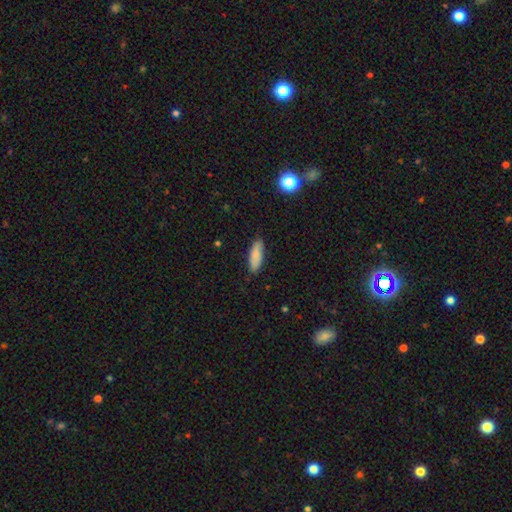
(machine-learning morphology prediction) type=smooth (83%); roundness=in between (60%); merging=none (83%).